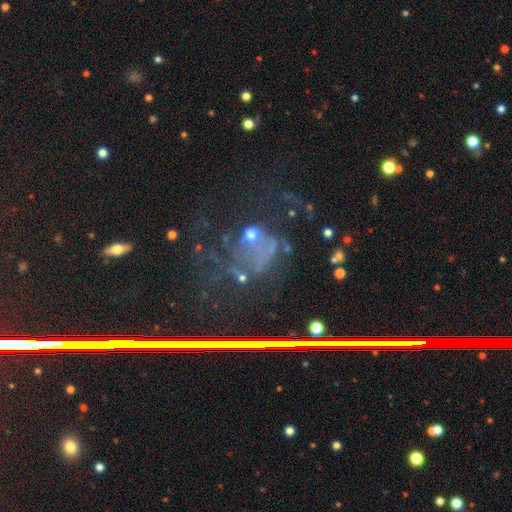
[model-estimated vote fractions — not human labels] Smooth or featured?
  - star or artifact: 49% *
  - featured or disk: 34%
  - smooth: 18%